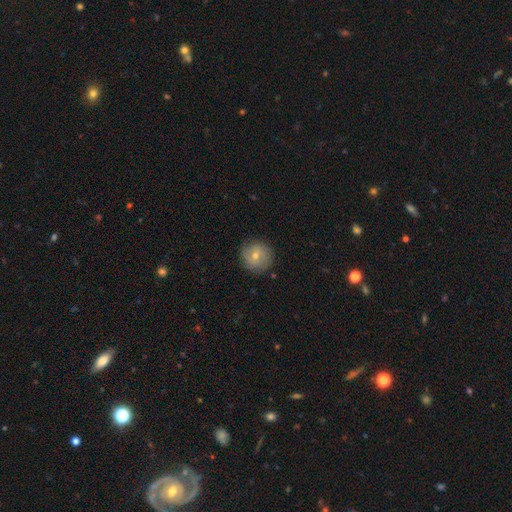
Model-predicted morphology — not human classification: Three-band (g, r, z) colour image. It shows a smooth galaxy with no disk features (57%) that is round (93%). Merging: none (84%).